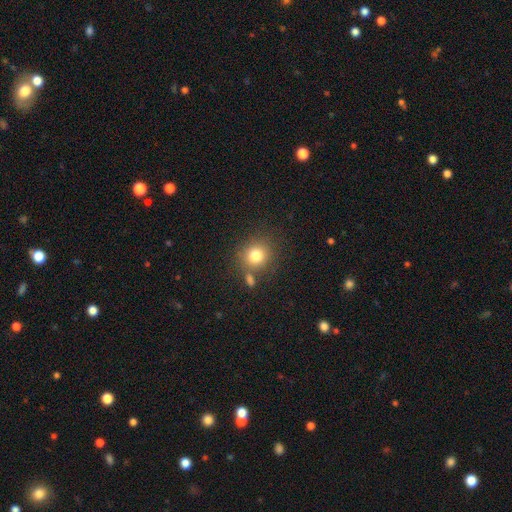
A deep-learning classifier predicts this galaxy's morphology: This is clearly a smooth galaxy (80%). How rounded: clearly round (84%). Merging: likely none (72%).